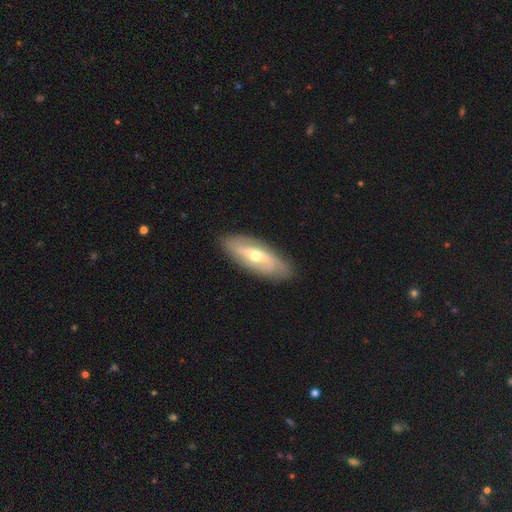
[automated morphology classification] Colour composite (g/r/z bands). It shows a featured or disk galaxy (70%) with no bar (46%), spiral arms (77%) and a moderate central bulge (57%). Merging: none (86%).